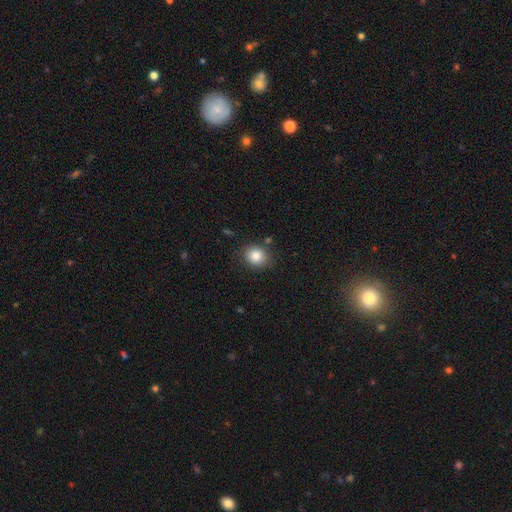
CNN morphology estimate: This appears to be a smooth galaxy with no disk features (83%) that is round (70%). Merging: none (83%).